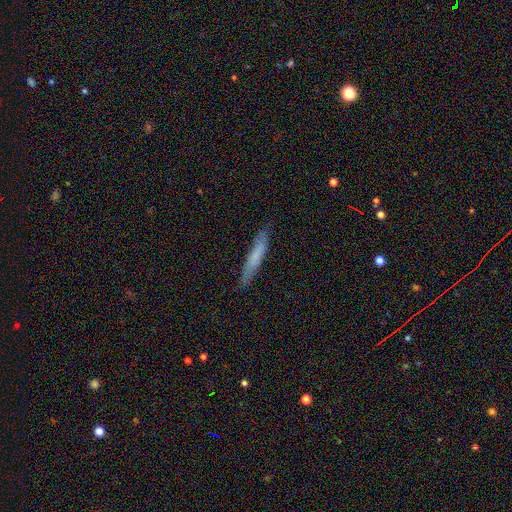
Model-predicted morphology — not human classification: A smooth galaxy with no disk features (66%) that is cigar-shaped (94%). Merging: none (85%).